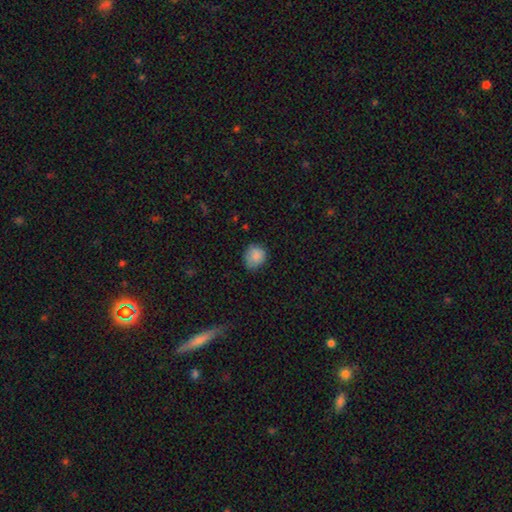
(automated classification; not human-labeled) A smooth galaxy with no disk features (86%) that is round (77%).

Vote fractions:
- Smooth or featured? smooth: 86% / star or artifact: 9% / featured or disk: 6%
- How rounded? round: 77% / in between: 23% / cigar-shaped: 1%
- Merging? none: 68% / minor disturbance: 26% / major disturbance: 5% / merger: 1%